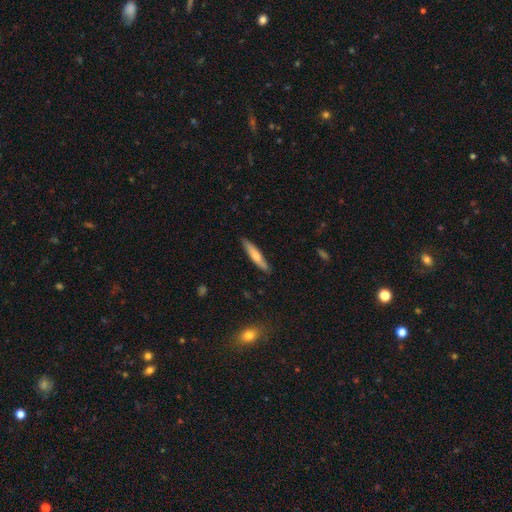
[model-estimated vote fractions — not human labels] The model was most divided on "smooth or featured": smooth: 65%, featured or disk: 29%, star or artifact: 6%. More confident: how rounded — cigar-shaped (88%); merging — none (86%).